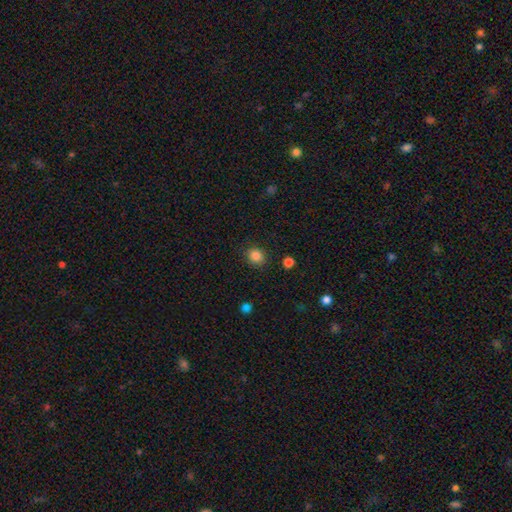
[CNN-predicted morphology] type=smooth (85%); roundness=round (77%); merging=none (88%).